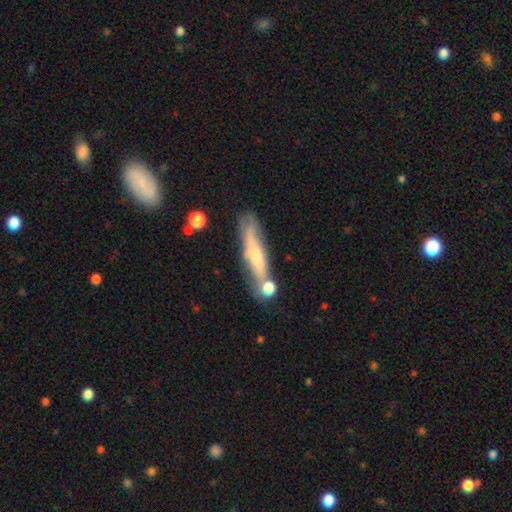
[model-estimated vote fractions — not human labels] This is possibly a smooth galaxy (47%). Merging: possibly none (53%).